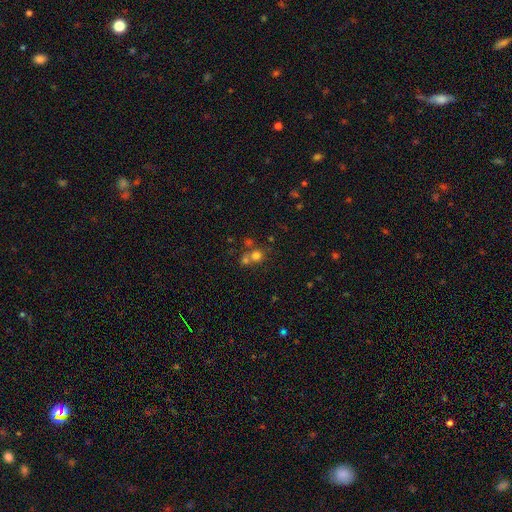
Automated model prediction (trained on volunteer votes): Overall: smooth (66%). How rounded: round (85%). Merging: none (49%; merger 40%).